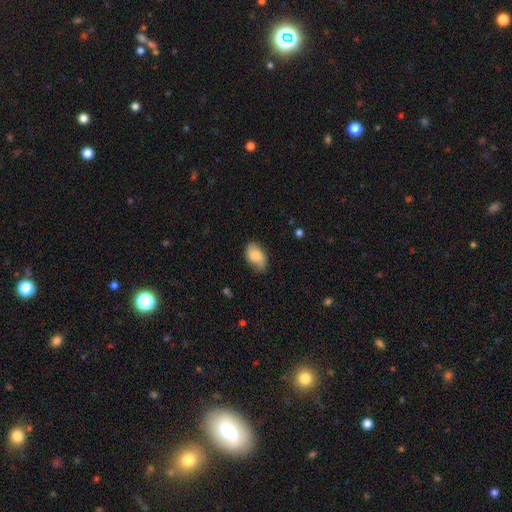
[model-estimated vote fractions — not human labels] Smooth or featured? smooth (78%)
How rounded? in between (92%)
Merging? none (73%)